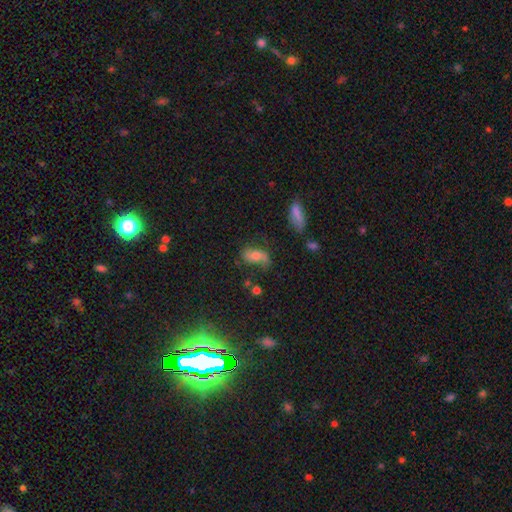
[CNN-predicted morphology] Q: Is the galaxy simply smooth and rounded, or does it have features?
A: smooth — 48%.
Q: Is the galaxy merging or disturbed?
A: none — 50%.